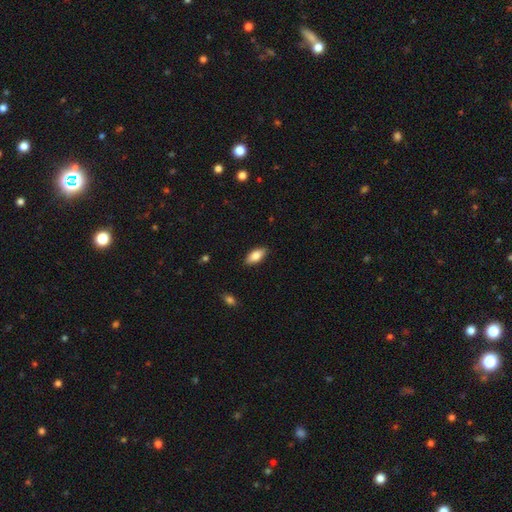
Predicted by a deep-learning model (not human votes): A smooth galaxy with no disk features (79%) that is in between round and cigar-shaped (88%).

Vote fractions:
- Smooth or featured? smooth: 79% / featured or disk: 14% / star or artifact: 7%
- How rounded? in between: 88% / cigar-shaped: 10% / round: 2%
- Merging? none: 88% / minor disturbance: 9% / major disturbance: 2% / merger: 1%